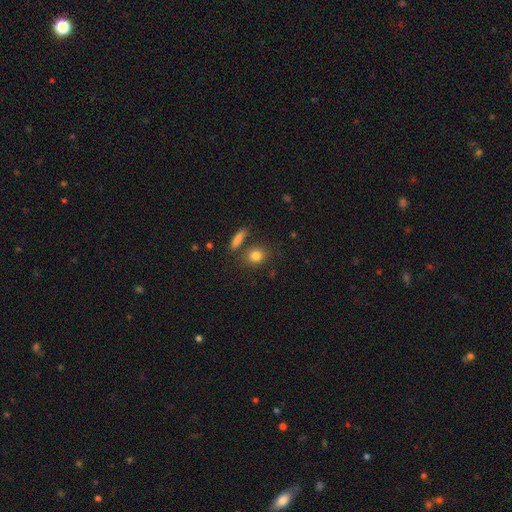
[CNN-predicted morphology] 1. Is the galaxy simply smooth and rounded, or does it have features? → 83% smooth, 10% star or artifact, 8% featured or disk.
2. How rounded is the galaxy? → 60% round, 36% in between, 4% cigar-shaped.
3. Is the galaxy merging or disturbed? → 72% none, 12% merger, 11% minor disturbance, 4% major disturbance.